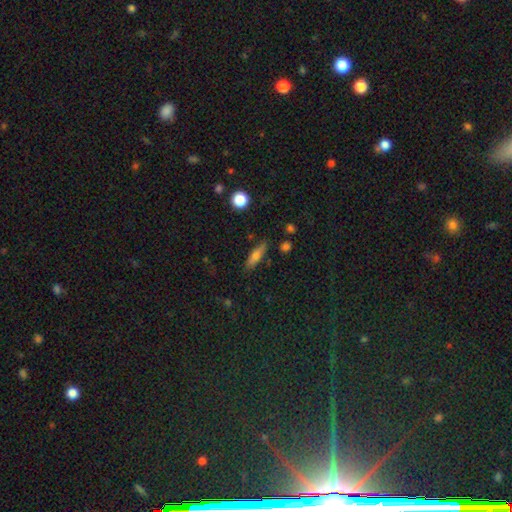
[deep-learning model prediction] smooth 69%, featured or disk 22%, star or artifact 9%. Down the decision tree: how rounded — cigar-shaped (55%); merging — none (82%).